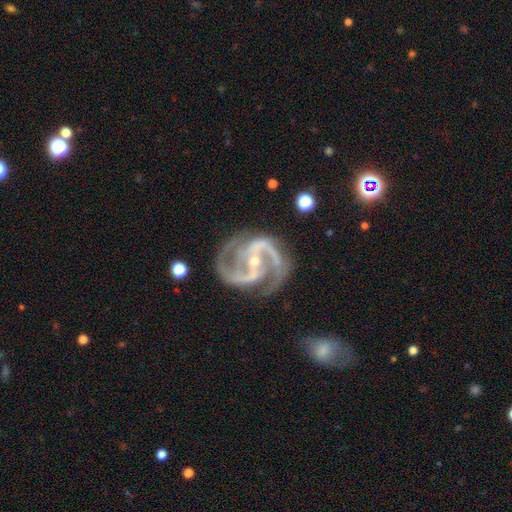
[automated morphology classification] Smooth or featured?
  - featured or disk: 93% *
  - star or artifact: 5%
  - smooth: 2%
Edge-on disk?
  - no: 98% *
  - yes: 2%
Bar?
  - strong: 47% *
  - weak: 31%
  - no: 22%
Spiral arms?
  - yes: 99% *
  - no: 1%
Spiral winding?
  - medium: 61% *
  - tight: 23%
  - loose: 16%
Spiral arm count?
  - 2: 88% *
  - 3: 5%
  - can't tell: 2%
  - 1: 2%
  - 4: 2%
  - more than 4: 2%
Bulge size?
  - small: 71% *
  - moderate: 25%
  - none: 1%
  - large: 1%
  - dominant: 1%
Merging?
  - none: 72% *
  - minor disturbance: 17%
  - major disturbance: 8%
  - merger: 3%